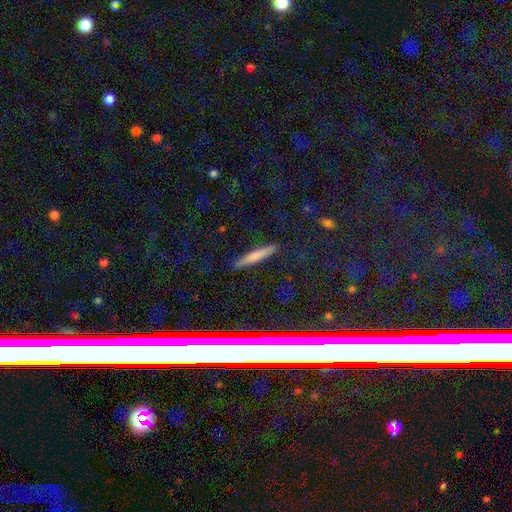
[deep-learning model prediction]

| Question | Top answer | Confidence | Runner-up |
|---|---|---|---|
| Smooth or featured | smooth | 63% | featured or disk (26%) |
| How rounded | cigar-shaped | 93% | in between (5%) |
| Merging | none | 88% | minor disturbance (9%) |